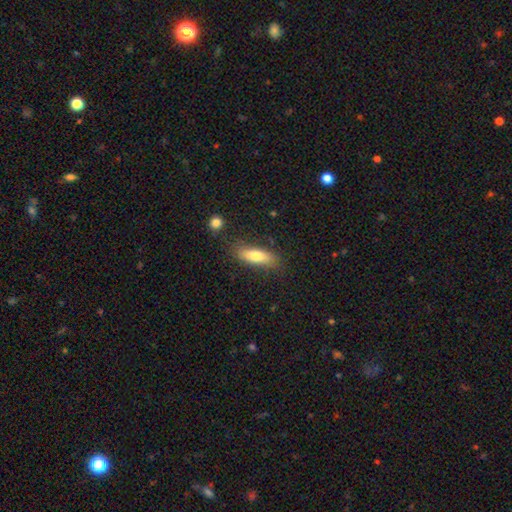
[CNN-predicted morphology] type=smooth (73%); roundness=in between (56%); merging=none (77%).